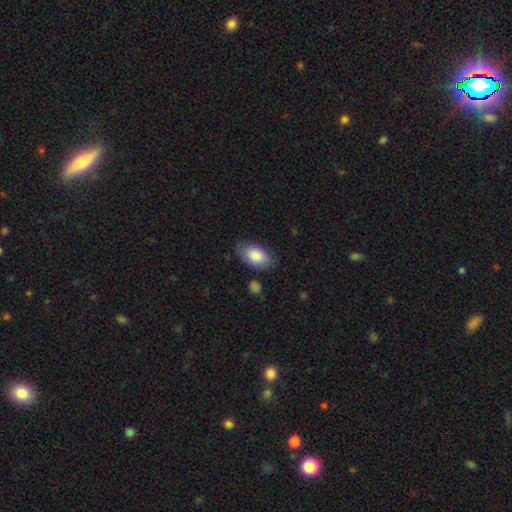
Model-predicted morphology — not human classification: This appears to be a smooth galaxy with no disk features (86%) that is in between round and cigar-shaped (94%). Merging: none (75%).